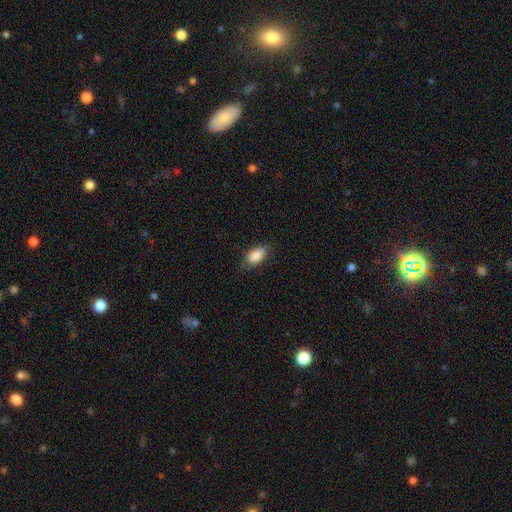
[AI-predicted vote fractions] Morphology: type=smooth (87%); roundness=in between (90%); merging=none (80%).